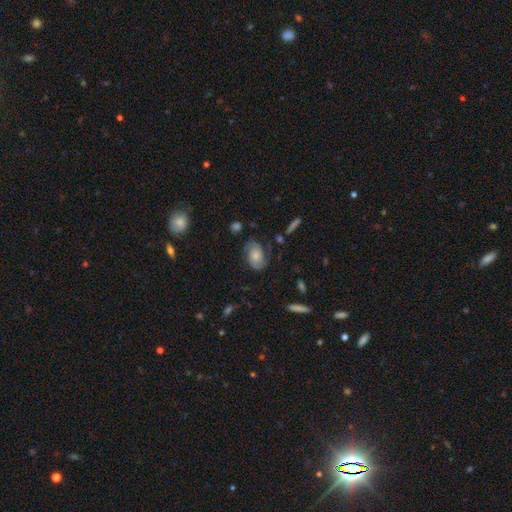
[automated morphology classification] A featured or disk galaxy (63%) with no bar (73%), 2 (78%) tight (42%) spiral arms (91%) and a moderate central bulge (42%). Merging: none (69%).